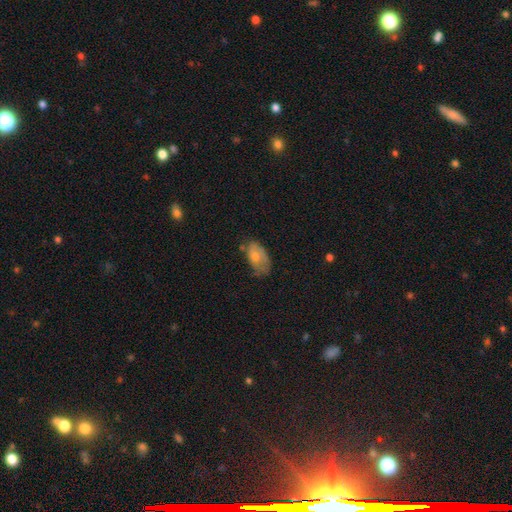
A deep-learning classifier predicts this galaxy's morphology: Smooth or featured? Predicted: smooth (p=0.64). How rounded? Predicted: in between (p=0.92). Merging? Predicted: none (p=0.44).